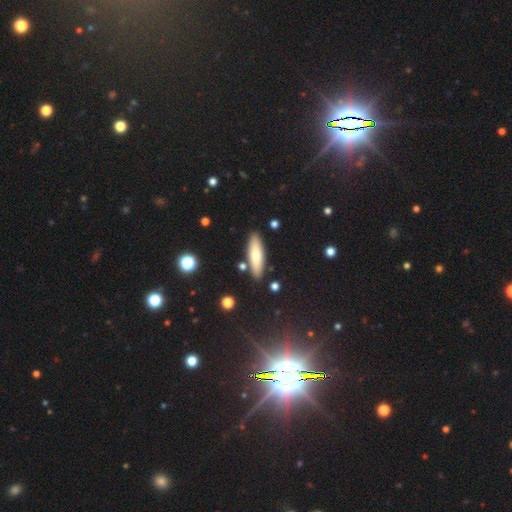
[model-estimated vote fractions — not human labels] smooth-or-featured: smooth: 70% | featured or disk: 24% | star or artifact: 6%
  how-rounded: cigar-shaped: 59% | in between: 39% | round: 2%
  merging: none: 86% | minor disturbance: 9% | merger: 4% | major disturbance: 2%